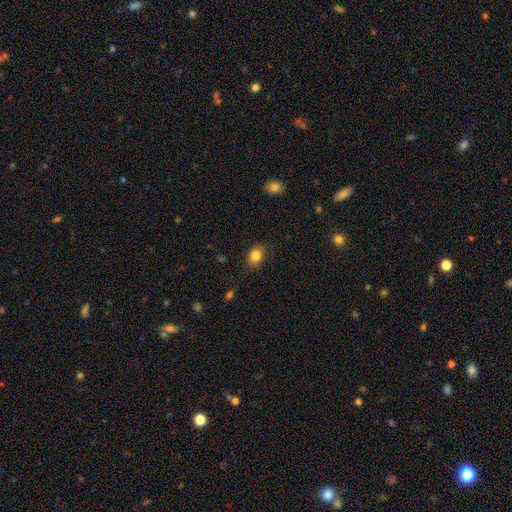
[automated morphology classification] Smooth or featured?
  - smooth: 82% *
  - star or artifact: 10%
  - featured or disk: 8%
How rounded?
  - in between: 61% *
  - round: 38%
  - cigar-shaped: 1%
Merging?
  - none: 75% *
  - minor disturbance: 19%
  - major disturbance: 4%
  - merger: 1%